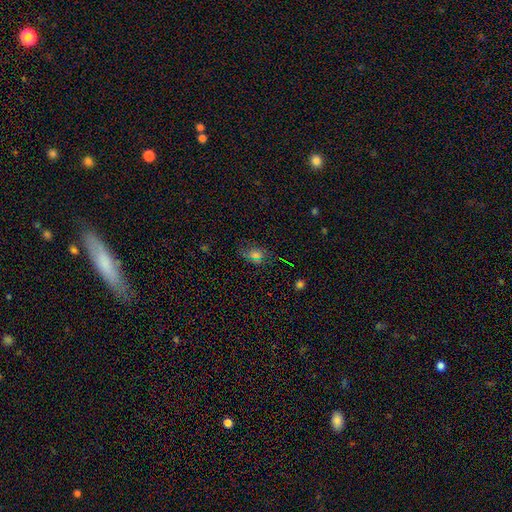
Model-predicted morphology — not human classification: This is possibly a smooth galaxy (56%). How rounded: likely in between (78%). Merging: likely none (69%).